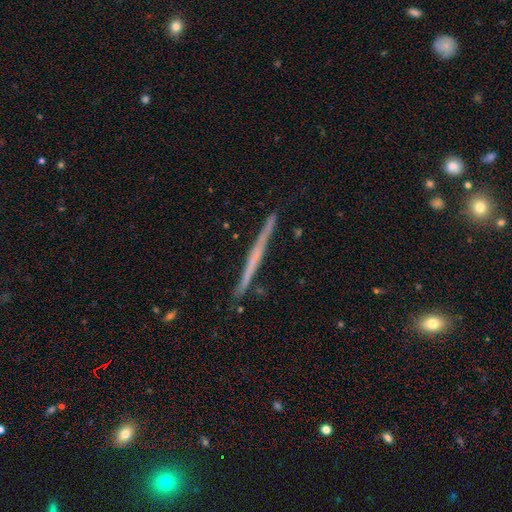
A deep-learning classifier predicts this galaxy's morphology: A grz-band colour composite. It shows a featured or disk galaxy (61%) viewed edge-on (96%) with no central bulge (69%). Merging: none (88%).